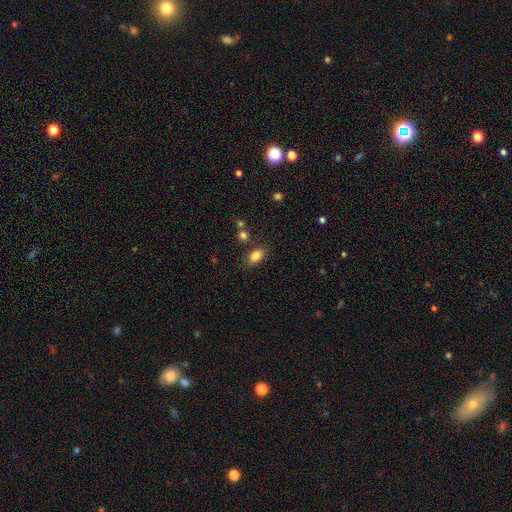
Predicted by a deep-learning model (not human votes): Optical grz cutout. It shows a smooth galaxy with no disk features (84%) that is in between round and cigar-shaped (82%). Merging: none (77%).